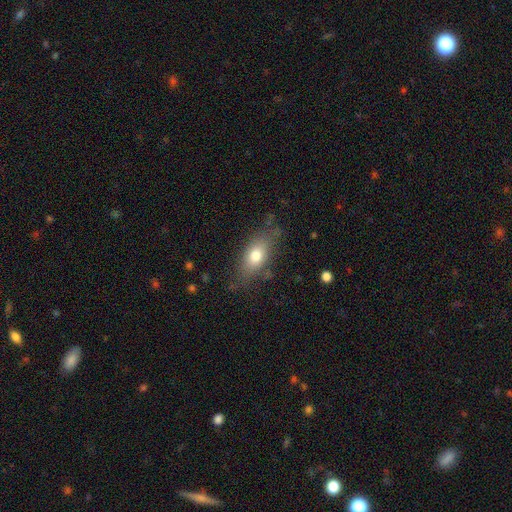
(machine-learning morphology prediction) Q: Smooth or featured?
A: smooth (74%); runner-up: featured or disk (18%)
Q: How rounded?
A: in between (80%); runner-up: cigar-shaped (11%)
Q: Merging?
A: none (71%); runner-up: minor disturbance (20%)